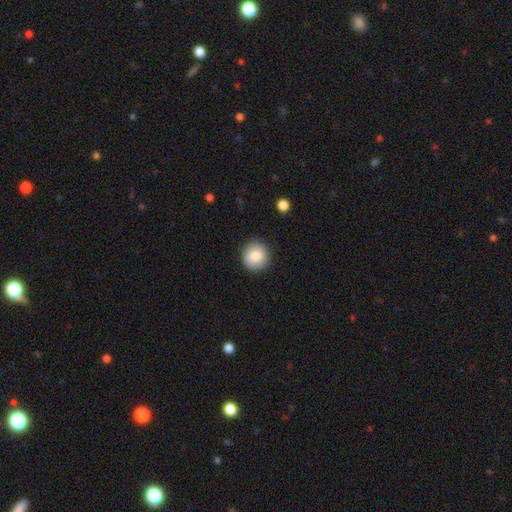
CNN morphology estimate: smooth-or-featured: smooth: 83% | featured or disk: 9% | star or artifact: 8%
  how-rounded: round: 92% | in between: 7% | cigar-shaped: 1%
  merging: none: 89% | minor disturbance: 7% | major disturbance: 2% | merger: 1%